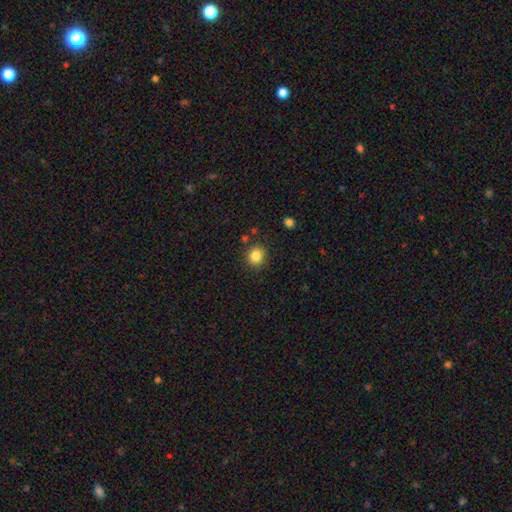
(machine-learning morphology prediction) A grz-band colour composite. It shows a smooth galaxy with no disk features (84%) that is round (86%). Merging: none (87%).